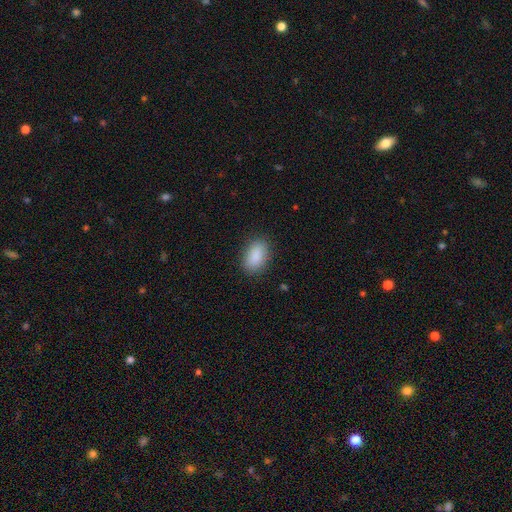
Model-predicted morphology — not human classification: This is clearly a smooth galaxy (89%). How rounded: clearly in between (91%). Merging: clearly none (86%).